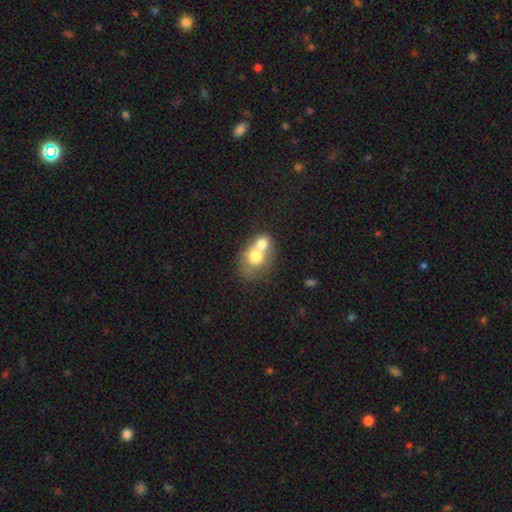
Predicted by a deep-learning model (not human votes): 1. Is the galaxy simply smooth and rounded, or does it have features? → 66% smooth, 25% featured or disk, 8% star or artifact.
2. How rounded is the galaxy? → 56% round, 43% in between, 1% cigar-shaped.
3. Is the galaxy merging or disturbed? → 74% merger, 17% none, 5% minor disturbance, 4% major disturbance.